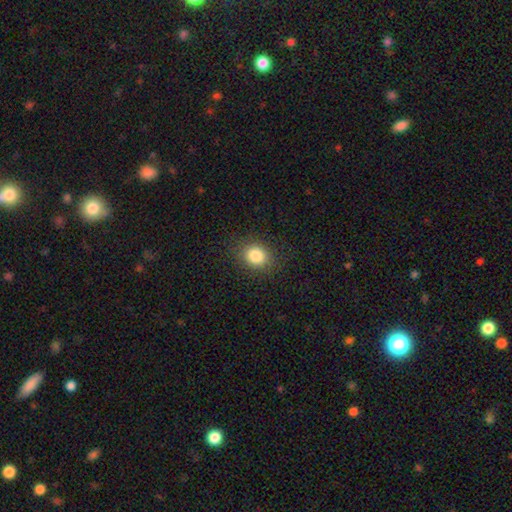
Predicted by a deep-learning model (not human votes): smooth_or_featured: smooth (p=0.84) [alt: star or artifact p=0.10]
how_rounded: round (p=0.58) [alt: in between p=0.41]
merging: none (p=0.86) [alt: minor disturbance p=0.10]